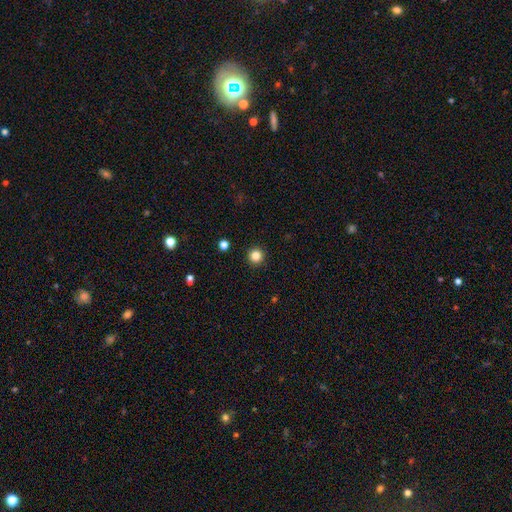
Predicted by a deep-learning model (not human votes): smooth_or_featured: smooth (p=0.84) [alt: star or artifact p=0.12]
how_rounded: round (p=0.96) [alt: in between p=0.03]
merging: none (p=0.93) [alt: minor disturbance p=0.04]